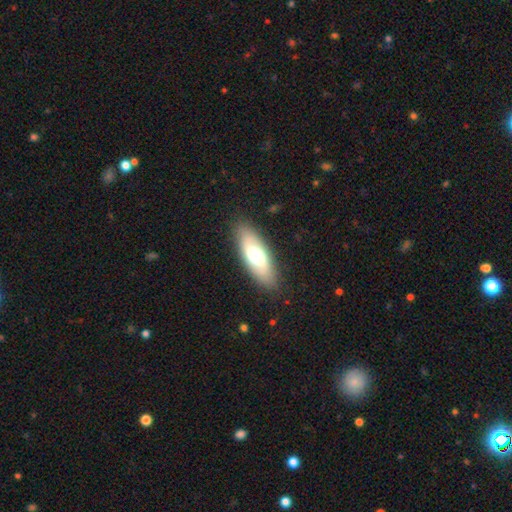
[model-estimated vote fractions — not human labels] This appears to be a smooth galaxy with no disk features (58%) that is in between round and cigar-shaped (75%). Merging: none (86%).